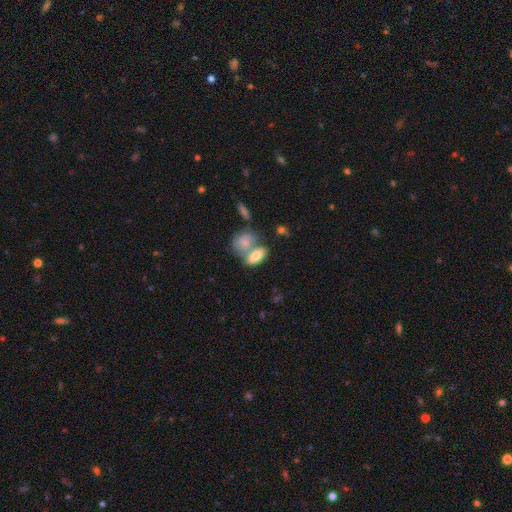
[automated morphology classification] Q: Smooth or featured?
A: smooth (76%); runner-up: featured or disk (17%)
Q: How rounded?
A: in between (86%); runner-up: cigar-shaped (7%)
Q: Merging?
A: merger (50%); runner-up: none (35%)